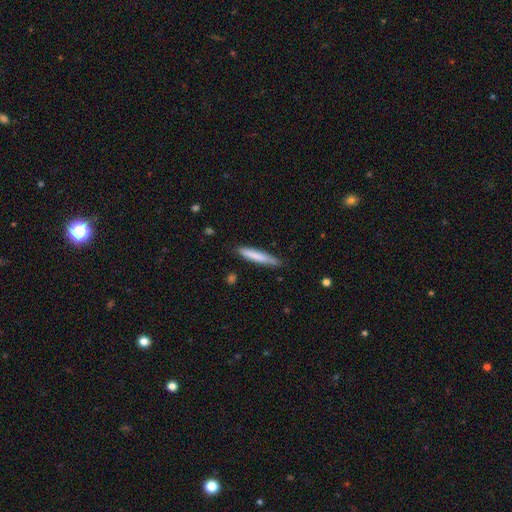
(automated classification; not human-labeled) Smooth or featured: smooth — 77% (featured or disk — 18%)
How rounded: cigar-shaped — 92% (in between — 7%)
Merging: none — 82% (minor disturbance — 14%)